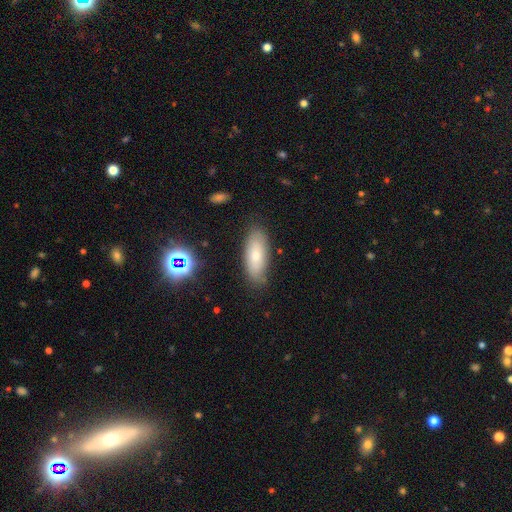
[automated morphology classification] A smooth galaxy with no disk features (70%) that is in between round and cigar-shaped (79%).

Vote fractions:
- Smooth or featured? smooth: 70% / featured or disk: 22% / star or artifact: 9%
- How rounded? in between: 79% / cigar-shaped: 19% / round: 2%
- Merging? none: 80% / minor disturbance: 15% / major disturbance: 3% / merger: 2%